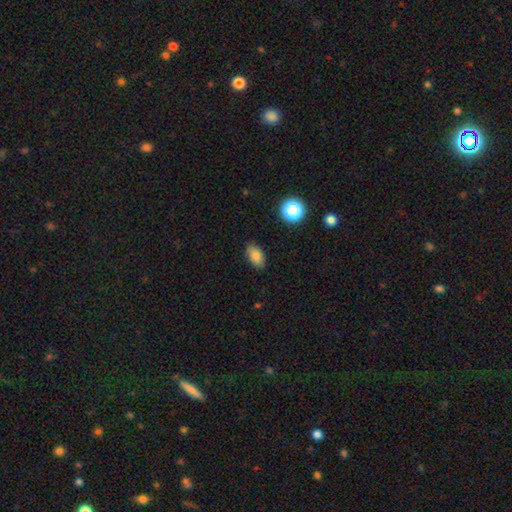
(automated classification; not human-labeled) smooth 83%, star or artifact 10%, featured or disk 7%. Down the decision tree: how rounded — in between (90%); merging — none (85%).